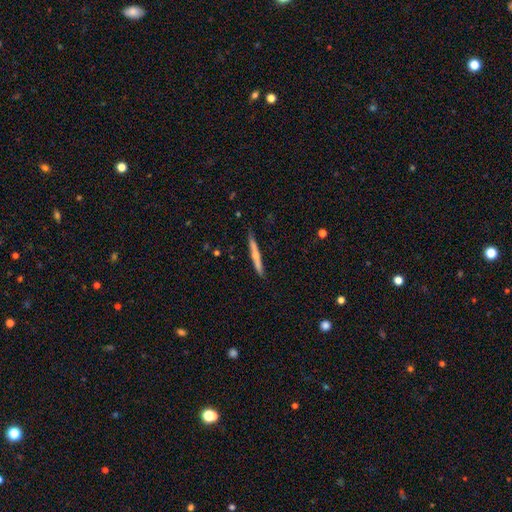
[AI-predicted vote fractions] The model was most divided on "smooth or featured": smooth: 51%, featured or disk: 43%, star or artifact: 6%. More confident: how rounded — cigar-shaped (96%); merging — none (85%).